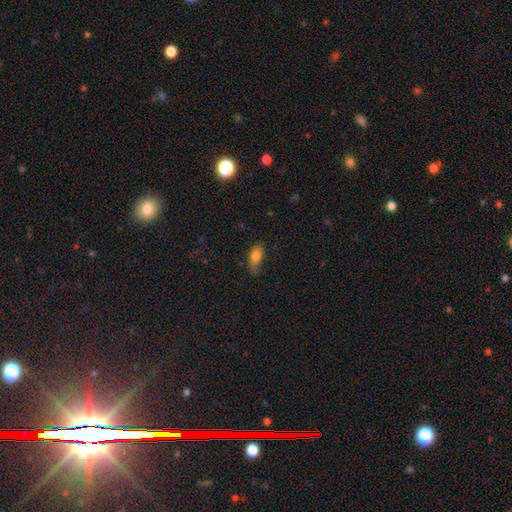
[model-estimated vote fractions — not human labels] smooth_or_featured: smooth (p=0.78) [alt: featured or disk p=0.14]
how_rounded: in between (p=0.79) [alt: cigar-shaped p=0.16]
merging: none (p=0.59) [alt: minor disturbance p=0.30]